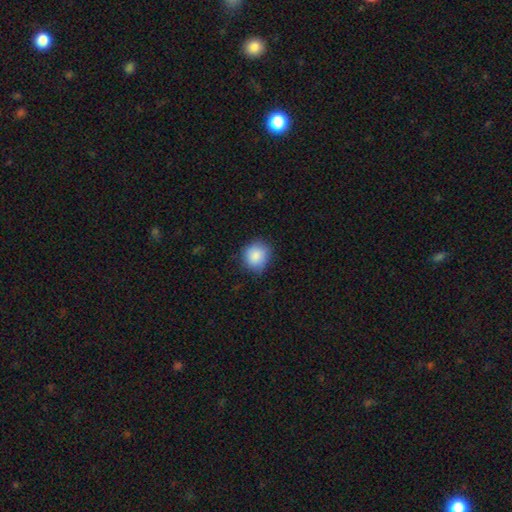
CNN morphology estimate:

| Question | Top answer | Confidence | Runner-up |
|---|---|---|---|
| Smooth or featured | smooth | 87% | star or artifact (8%) |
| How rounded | round | 78% | in between (21%) |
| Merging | none | 78% | minor disturbance (17%) |